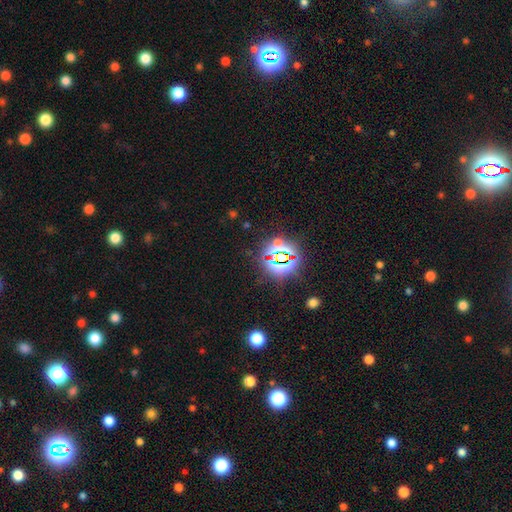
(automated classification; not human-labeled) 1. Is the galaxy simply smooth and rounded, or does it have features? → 80% star or artifact, 12% smooth, 7% featured or disk.